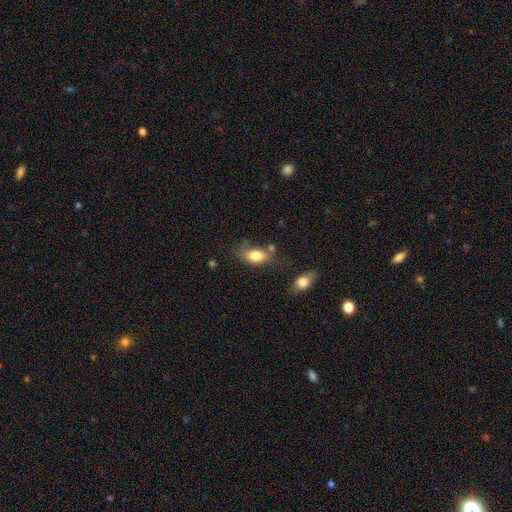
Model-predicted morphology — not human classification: This appears to be a smooth galaxy with no disk features (80%) that is in between round and cigar-shaped (86%). Merging: none (47%).